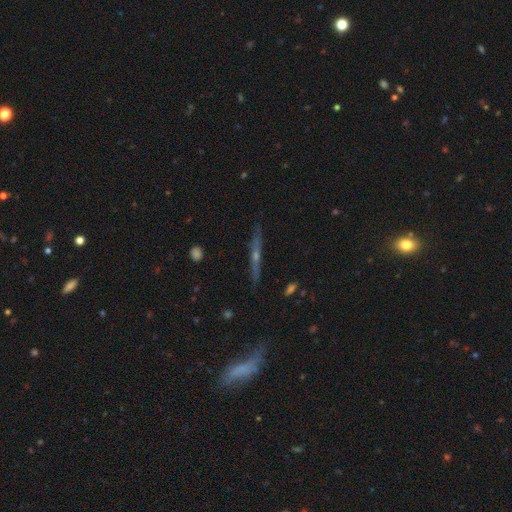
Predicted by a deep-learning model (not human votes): The model was most divided on "smooth or featured": featured or disk: 71%, smooth: 19%, star or artifact: 9%. More confident: edge-on disk — yes (95%); merging — none (86%); edge-on bulge — rounded (81%).